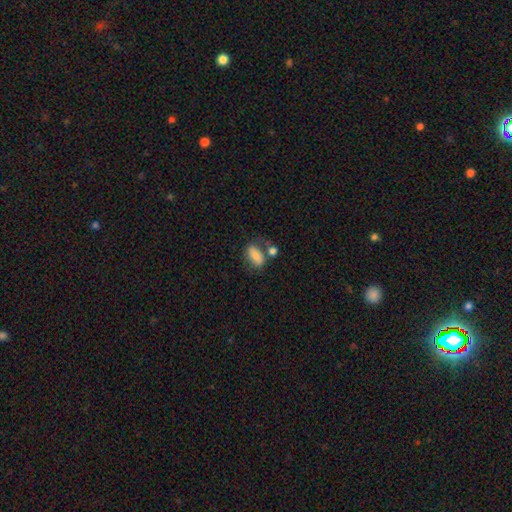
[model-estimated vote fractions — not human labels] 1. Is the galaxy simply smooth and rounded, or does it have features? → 76% smooth, 15% featured or disk, 8% star or artifact.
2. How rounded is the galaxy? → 86% in between, 8% round, 6% cigar-shaped.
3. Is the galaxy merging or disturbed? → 47% none, 25% merger, 18% minor disturbance, 10% major disturbance.